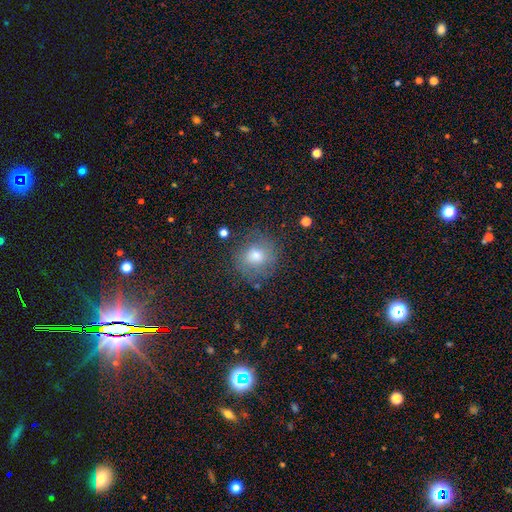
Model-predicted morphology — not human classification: Smooth or featured: smooth — 61% (featured or disk — 22%)
How rounded: round — 86% (in between — 13%)
Merging: none — 75% (minor disturbance — 16%)